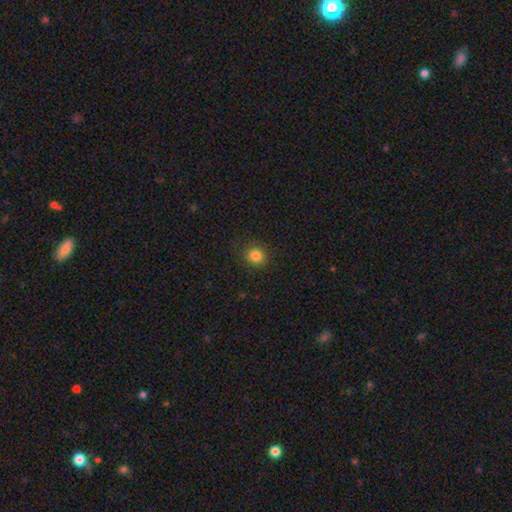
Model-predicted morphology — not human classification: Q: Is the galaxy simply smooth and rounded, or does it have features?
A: smooth — 84%.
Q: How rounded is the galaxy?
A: round — 81%.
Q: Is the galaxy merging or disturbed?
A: none — 88%.